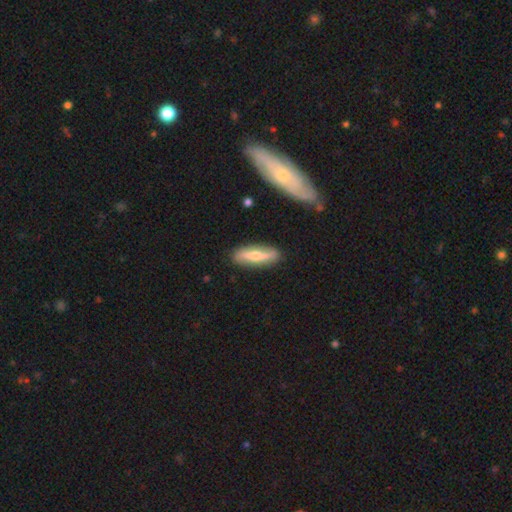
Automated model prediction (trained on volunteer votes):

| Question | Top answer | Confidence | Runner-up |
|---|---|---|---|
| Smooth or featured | featured or disk | 55% | smooth (40%) |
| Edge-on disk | yes | 55% | no (45%) |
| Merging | none | 85% | minor disturbance (10%) |